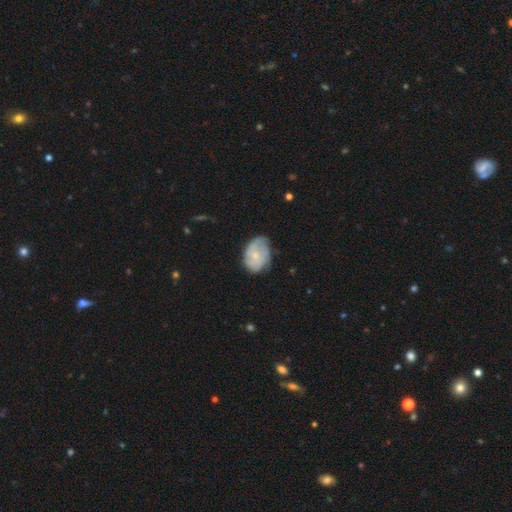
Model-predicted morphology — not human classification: Smooth or featured: featured or disk — 49% (smooth — 44%)
Merging: none — 58% (minor disturbance — 30%)